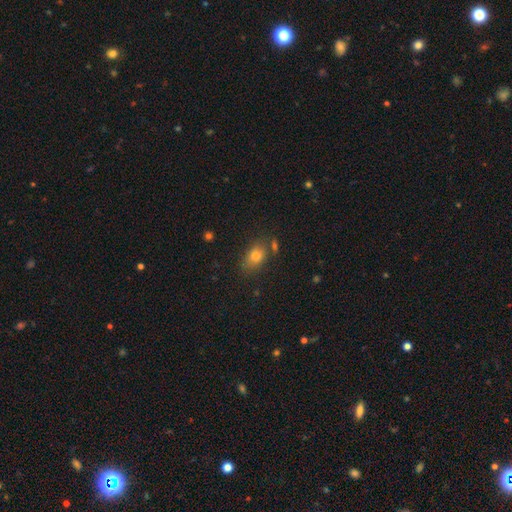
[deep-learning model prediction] This is likely a smooth galaxy (76%). How rounded: likely in between (75%). Merging: likely none (70%).